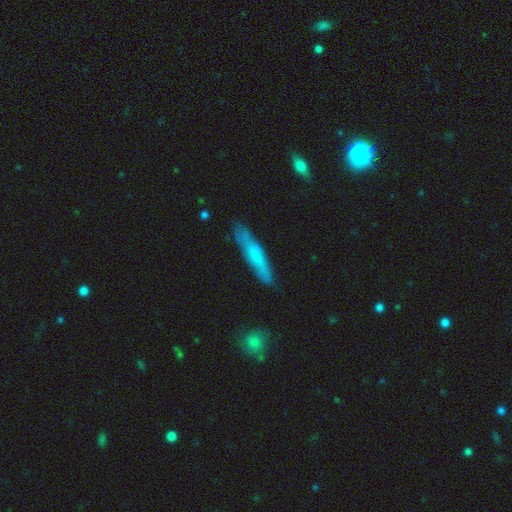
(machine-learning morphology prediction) This is likely a smooth galaxy (62%). How rounded: clearly cigar-shaped (87%). Merging: likely none (79%).